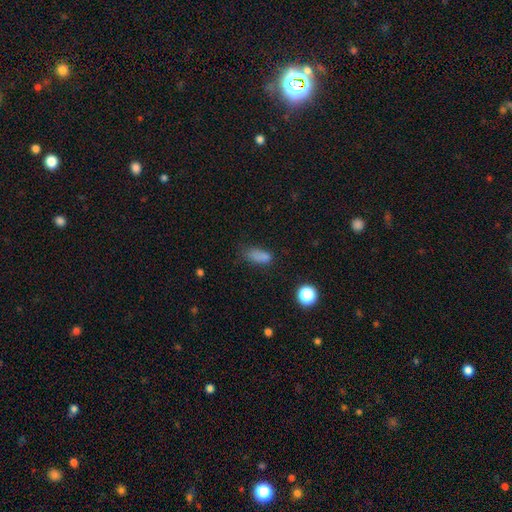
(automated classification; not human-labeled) smooth-or-featured: smooth: 76% | star or artifact: 17% | featured or disk: 7%
  how-rounded: in between: 70% | cigar-shaped: 23% | round: 7%
  merging: none: 58% | minor disturbance: 26% | major disturbance: 12% | merger: 4%